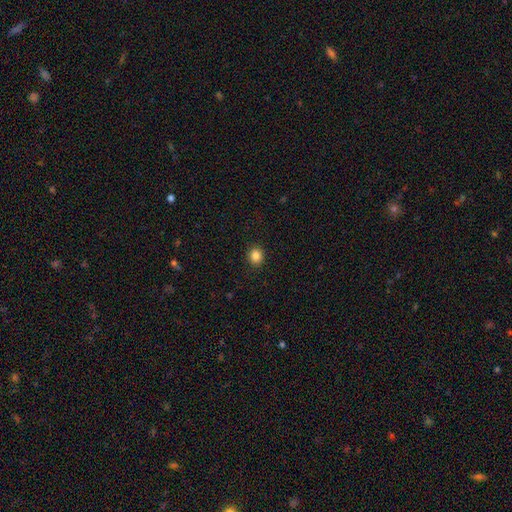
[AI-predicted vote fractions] This appears to be a smooth galaxy with no disk features (85%) that is round (78%). Merging: none (92%).